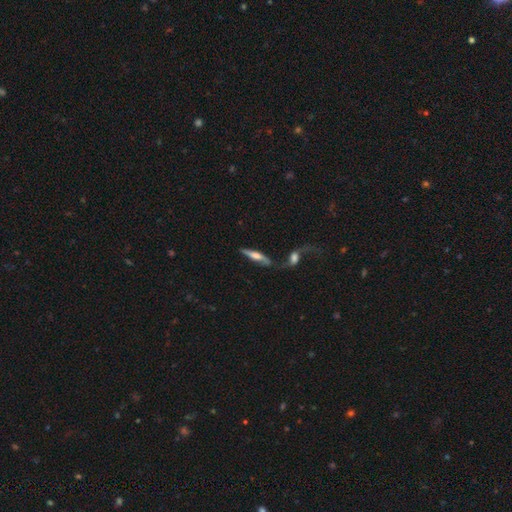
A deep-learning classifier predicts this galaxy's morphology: Smooth or featured? Predicted: featured or disk (p=0.57). Edge-on disk? Predicted: yes (p=0.82). Merging? Predicted: none (p=0.43).